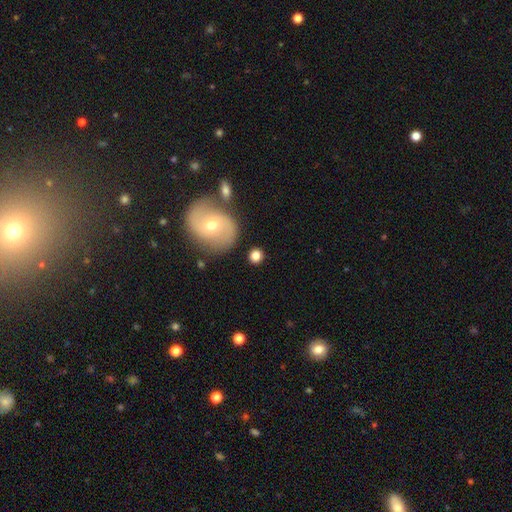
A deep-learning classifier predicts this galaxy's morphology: Smooth or featured? Predicted: smooth (p=0.78). How rounded? Predicted: round (p=0.78). Merging? Predicted: none (p=0.81).